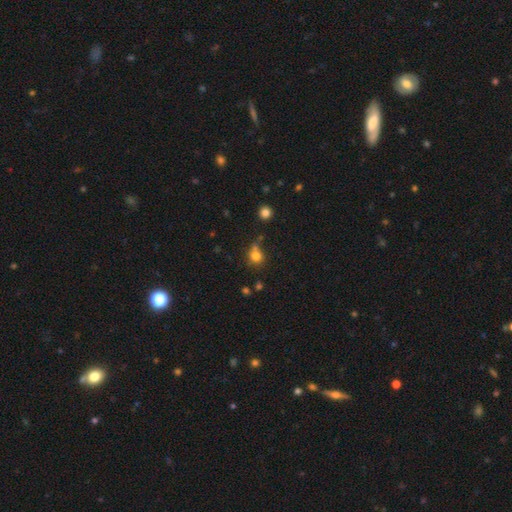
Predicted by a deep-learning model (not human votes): smooth_or_featured: smooth (p=0.77) [alt: star or artifact p=0.14]
how_rounded: round (p=0.84) [alt: in between p=0.15]
merging: none (p=0.55) [alt: merger p=0.19]